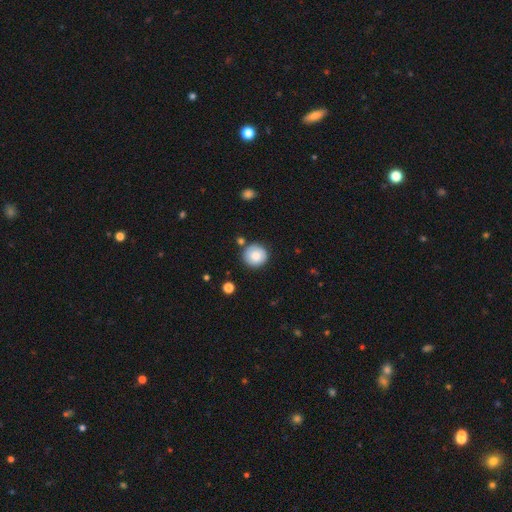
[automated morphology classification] Overall: smooth (82%). How rounded: round (94%). Merging: none (83%).